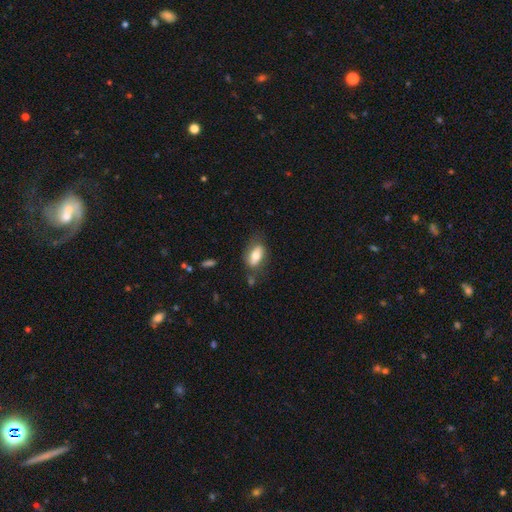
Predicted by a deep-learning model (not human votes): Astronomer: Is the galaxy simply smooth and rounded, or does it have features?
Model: smooth — 66%.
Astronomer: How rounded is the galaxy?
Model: in between — 87%.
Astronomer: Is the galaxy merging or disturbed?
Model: none — 64%.